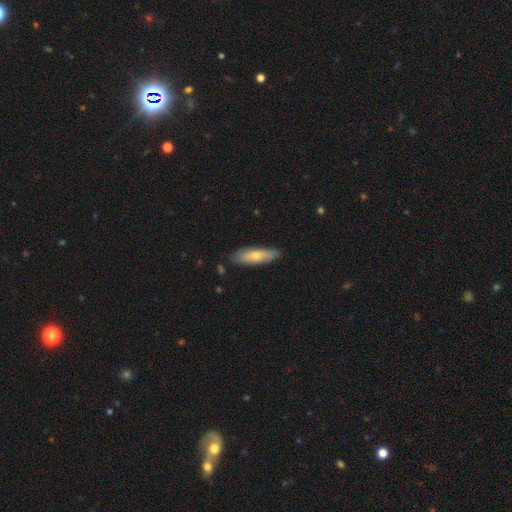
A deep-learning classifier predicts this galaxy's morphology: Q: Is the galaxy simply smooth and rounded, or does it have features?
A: smooth — 64%.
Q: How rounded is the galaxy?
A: cigar-shaped — 53%.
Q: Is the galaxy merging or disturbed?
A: none — 80%.